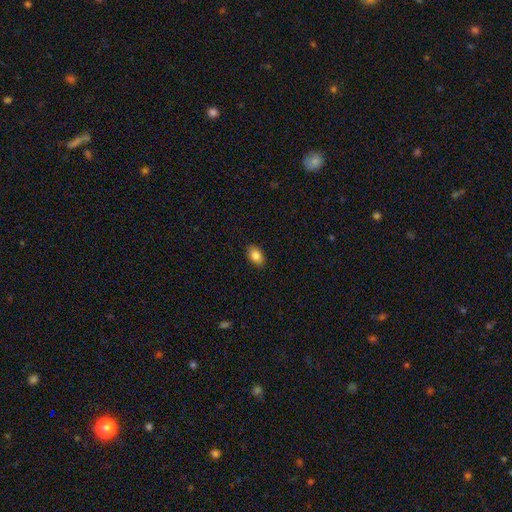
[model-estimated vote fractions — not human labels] Q: Smooth or featured?
A: smooth (85%); runner-up: star or artifact (8%)
Q: How rounded?
A: in between (87%); runner-up: round (12%)
Q: Merging?
A: none (88%); runner-up: minor disturbance (9%)